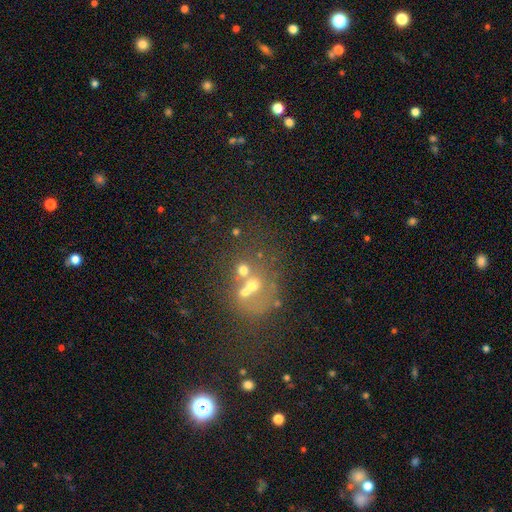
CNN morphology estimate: star or artifact 45%, smooth 31%, featured or disk 24%.